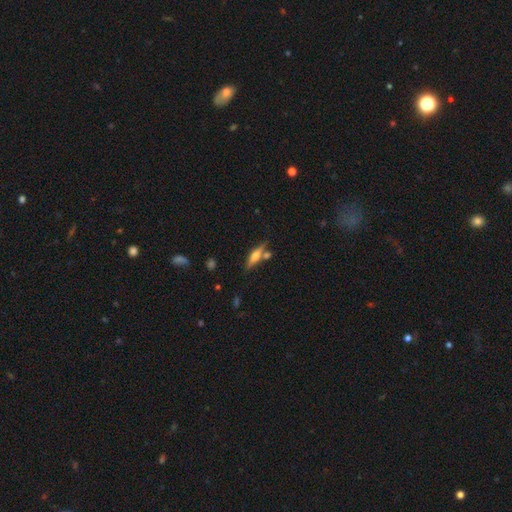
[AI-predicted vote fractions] The model was most divided on "smooth or featured": featured or disk: 55%, smooth: 38%, star or artifact: 8%. More confident: edge-on disk — yes (93%); edge-on bulge — rounded (87%); merging — none (66%).